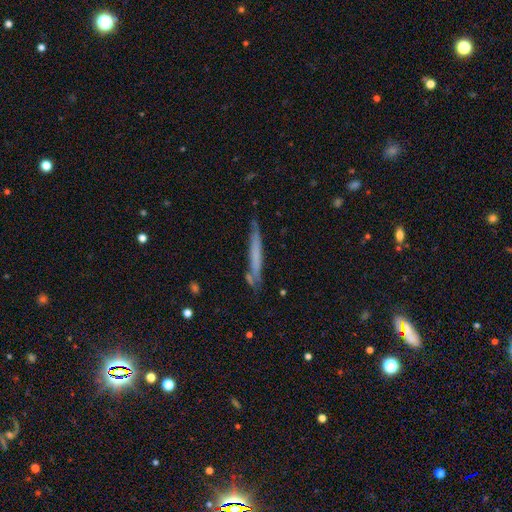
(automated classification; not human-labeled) Q: Smooth or featured?
A: smooth (54%); runner-up: featured or disk (39%)
Q: How rounded?
A: cigar-shaped (96%); runner-up: in between (3%)
Q: Merging?
A: none (79%); runner-up: minor disturbance (15%)